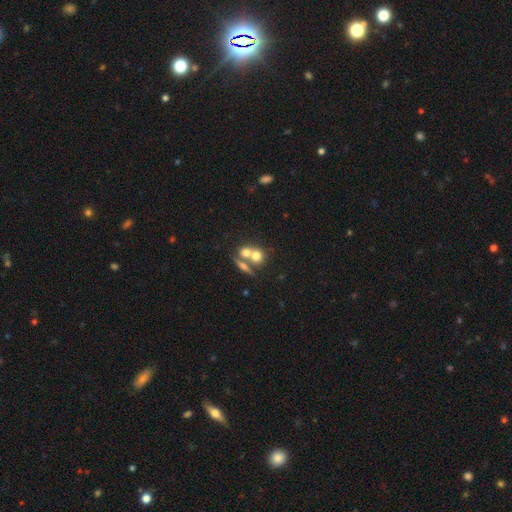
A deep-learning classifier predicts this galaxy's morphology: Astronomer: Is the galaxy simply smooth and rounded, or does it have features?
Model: smooth — 66%.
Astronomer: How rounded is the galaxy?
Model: round — 67%.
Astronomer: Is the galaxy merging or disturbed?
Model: merger — 57%.